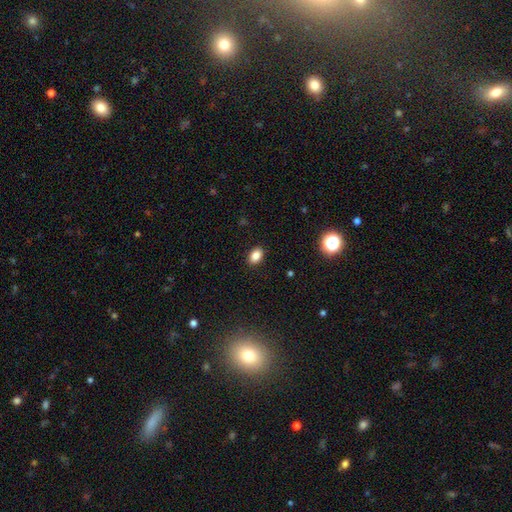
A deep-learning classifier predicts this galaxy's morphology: type=smooth (84%); roundness=in between (83%); merging=none (89%).